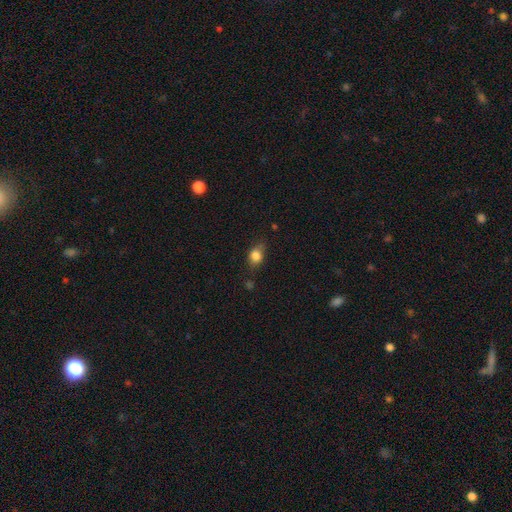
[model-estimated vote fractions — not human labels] smooth 82%, star or artifact 9%, featured or disk 9%. Down the decision tree: how rounded — in between (62%); merging — none (63%).